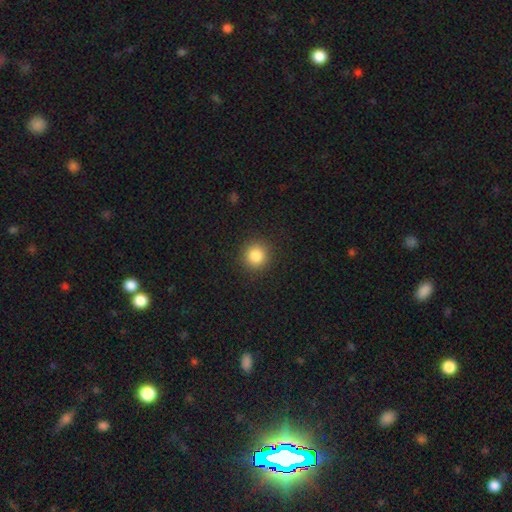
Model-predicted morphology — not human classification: Smooth or featured? Predicted: smooth (p=0.85). How rounded? Predicted: round (p=0.93). Merging? Predicted: none (p=0.91).